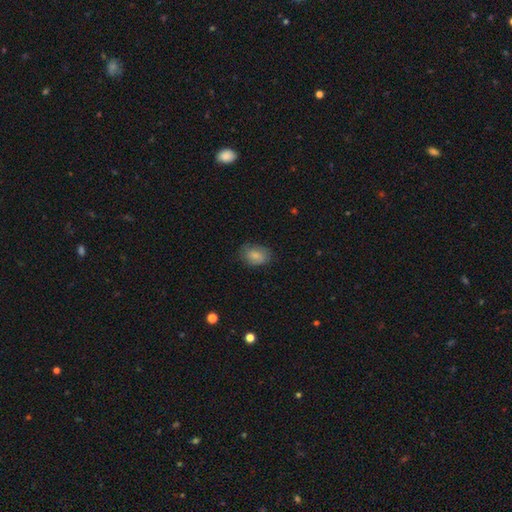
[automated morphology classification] smooth 82%, featured or disk 10%, star or artifact 8%. Down the decision tree: how rounded — in between (77%); merging — none (74%).